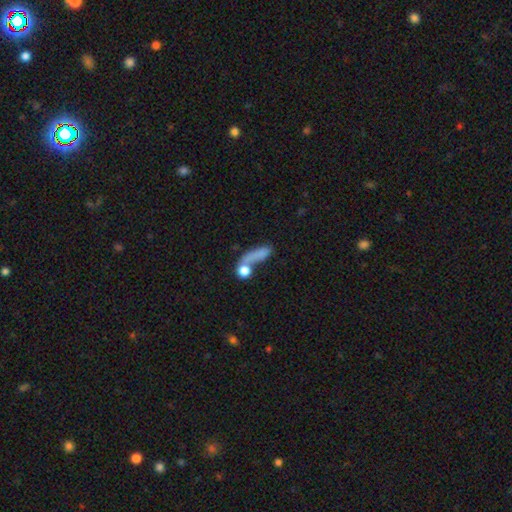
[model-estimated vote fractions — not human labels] smooth-or-featured: smooth: 68% | featured or disk: 19% | star or artifact: 13%
  how-rounded: cigar-shaped: 42% | in between: 35% | round: 23%
  merging: none: 37% | merger: 29% | major disturbance: 20% | minor disturbance: 14%